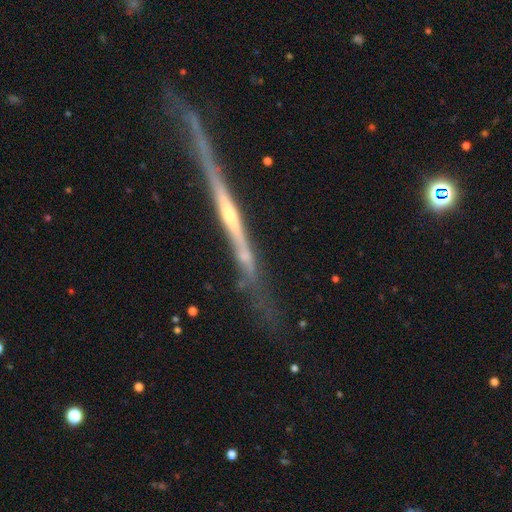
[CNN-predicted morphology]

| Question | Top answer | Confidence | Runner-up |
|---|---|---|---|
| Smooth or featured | featured or disk | 48% | smooth (40%) |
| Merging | none | 52% | minor disturbance (20%) |